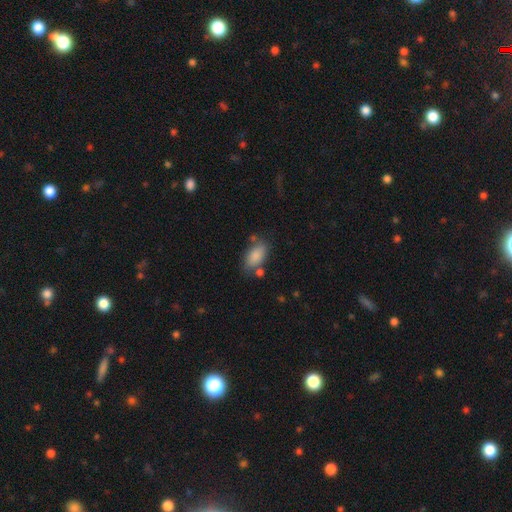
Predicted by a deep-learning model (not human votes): A smooth galaxy with no disk features (85%) that is in between round and cigar-shaped (91%). Merging: none (62%).